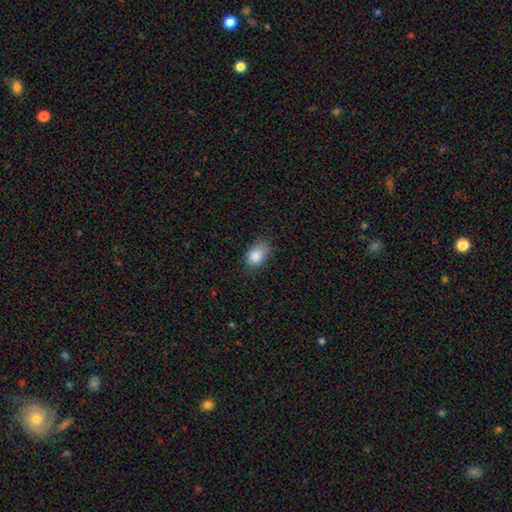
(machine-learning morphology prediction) The model was most divided on "merging": none: 68%, minor disturbance: 25%, major disturbance: 6%, merger: 1%. More confident: smooth or featured — smooth (86%); how rounded — in between (83%).